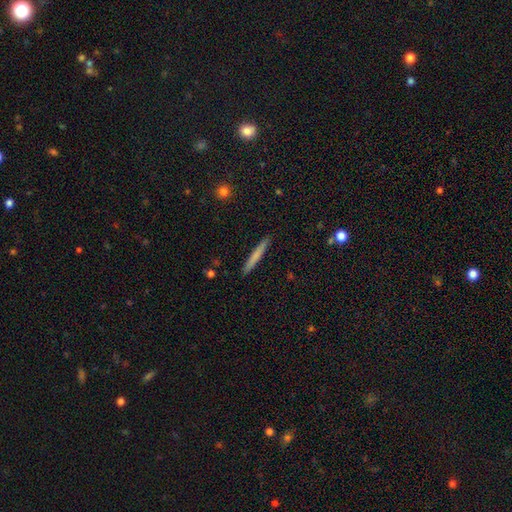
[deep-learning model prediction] This appears to be a smooth galaxy with no disk features (69%) that is cigar-shaped (97%). Merging: none (91%).